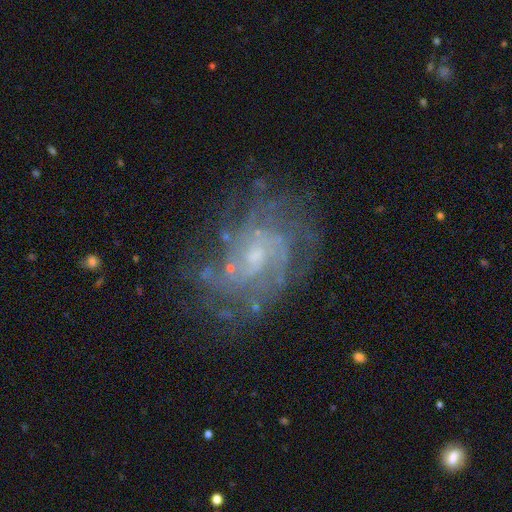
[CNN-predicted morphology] type=featured or disk (82%); edge-on=no (97%); bar=no (61%); spiral arms=yes (92%); winding=tight (53%); arm count=can't tell (41%); bulge=small (64%); merging=none (69%).